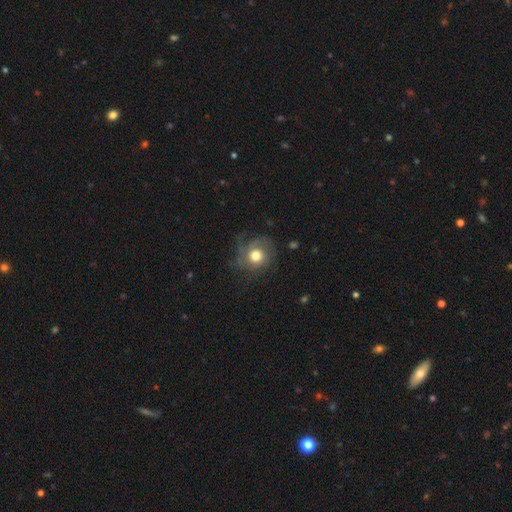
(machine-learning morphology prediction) type=featured or disk (56%); edge-on=no (97%); bar=no (81%); spiral arms=yes (85%); bulge=moderate (50%); merging=none (62%).